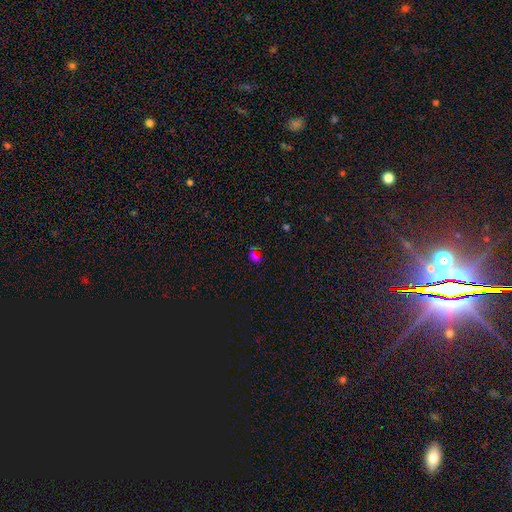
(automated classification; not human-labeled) Smooth or featured? star or artifact (49%)